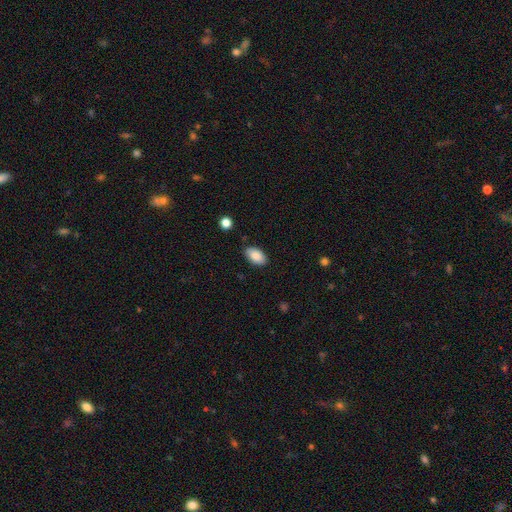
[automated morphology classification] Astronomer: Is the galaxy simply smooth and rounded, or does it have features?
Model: smooth — 86%.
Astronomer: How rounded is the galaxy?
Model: in between — 94%.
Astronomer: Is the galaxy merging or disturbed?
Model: none — 84%.